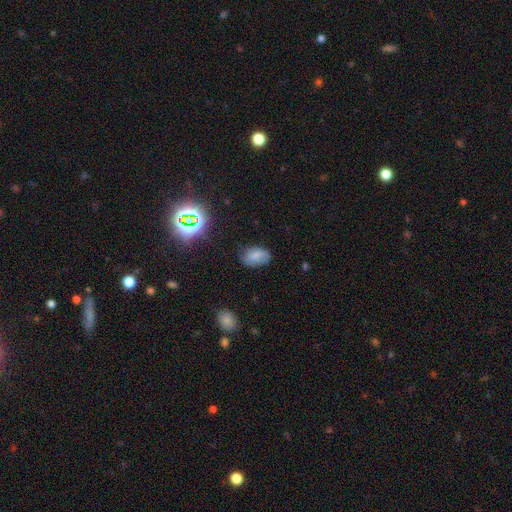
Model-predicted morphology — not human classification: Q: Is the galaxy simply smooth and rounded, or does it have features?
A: smooth — 71%.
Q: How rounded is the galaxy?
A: in between — 87%.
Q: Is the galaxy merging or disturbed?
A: none — 70%.